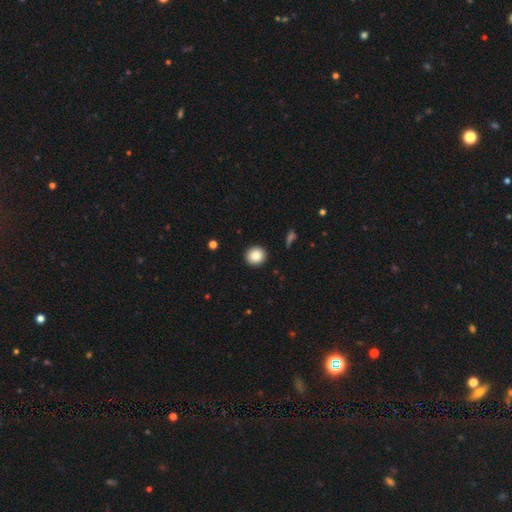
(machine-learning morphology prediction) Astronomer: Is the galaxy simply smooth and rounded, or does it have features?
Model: smooth — 85%.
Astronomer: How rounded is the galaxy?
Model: round — 89%.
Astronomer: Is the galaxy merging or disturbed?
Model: none — 92%.